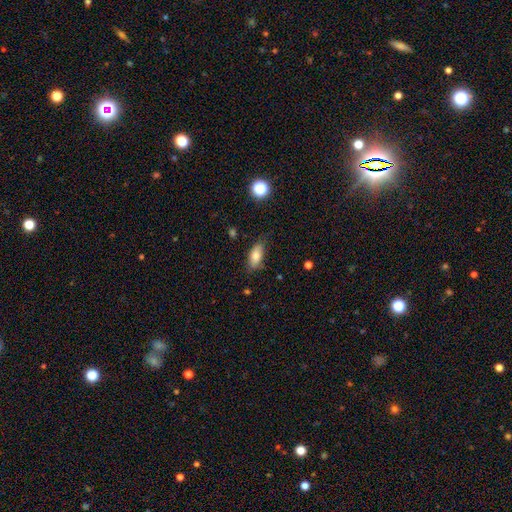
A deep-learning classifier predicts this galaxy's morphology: smooth_or_featured: smooth (p=0.80) [alt: featured or disk p=0.12]
how_rounded: in between (p=0.85) [alt: cigar-shaped p=0.12]
merging: none (p=0.75) [alt: minor disturbance p=0.19]